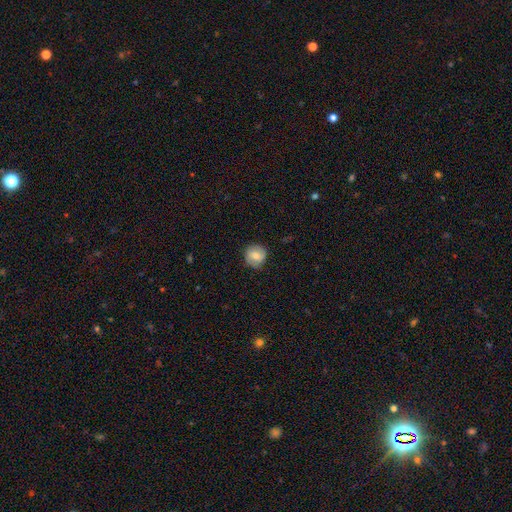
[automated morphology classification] This is likely a smooth galaxy (63%). How rounded: clearly round (90%). Merging: clearly none (82%).